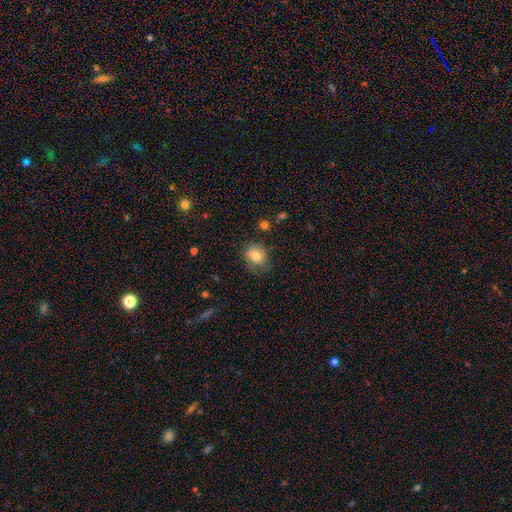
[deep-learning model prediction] smooth 76%, featured or disk 15%, star or artifact 9%. Down the decision tree: how rounded — round (67%); merging — none (69%).